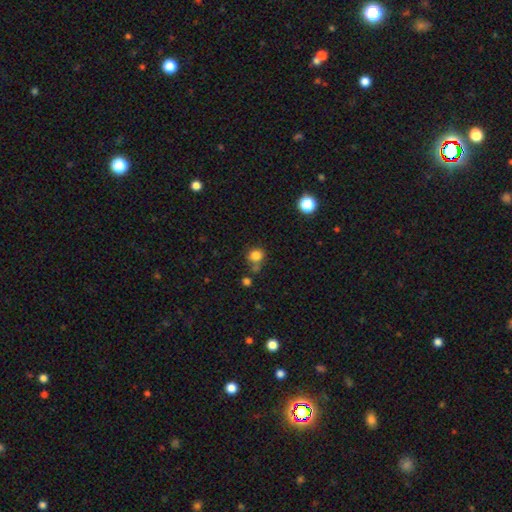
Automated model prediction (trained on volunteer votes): smooth 82%, star or artifact 13%, featured or disk 6%. Down the decision tree: how rounded — round (81%); merging — none (61%).